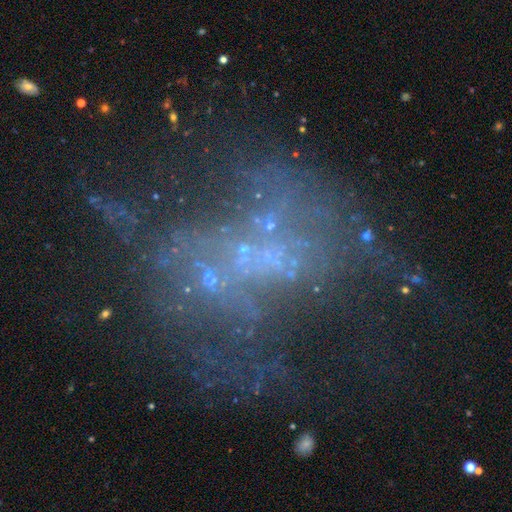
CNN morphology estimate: Q: Smooth or featured?
A: featured or disk (57%); runner-up: star or artifact (28%)
Q: Edge-on disk?
A: no (97%); runner-up: yes (3%)
Q: Bar?
A: no (88%); runner-up: weak (8%)
Q: Spiral arms?
A: no (86%); runner-up: yes (14%)
Q: Bulge size?
A: none (70%); runner-up: small (21%)
Q: Merging?
A: none (34%); tied with: major disturbance (34%)